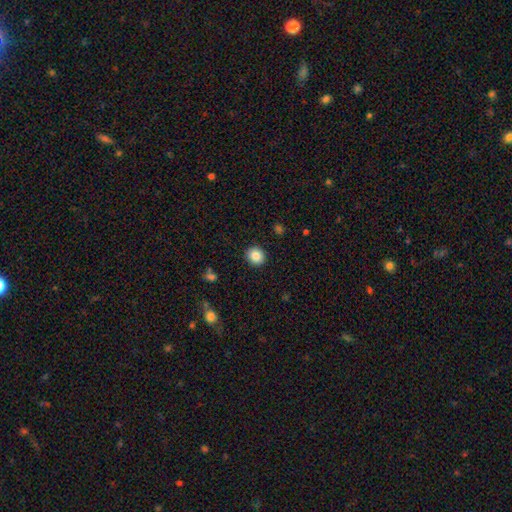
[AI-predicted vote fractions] smooth-or-featured: smooth: 85% | star or artifact: 9% | featured or disk: 6%
  how-rounded: round: 86% | in between: 13% | cigar-shaped: 1%
  merging: none: 92% | minor disturbance: 5% | major disturbance: 2% | merger: 1%